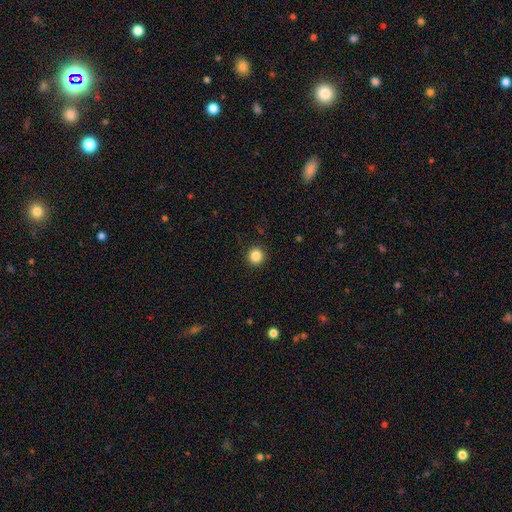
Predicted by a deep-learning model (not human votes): smooth-or-featured: smooth: 86% | star or artifact: 10% | featured or disk: 4%
  how-rounded: round: 95% | in between: 4% | cigar-shaped: 1%
  merging: none: 92% | minor disturbance: 5% | major disturbance: 2% | merger: 1%